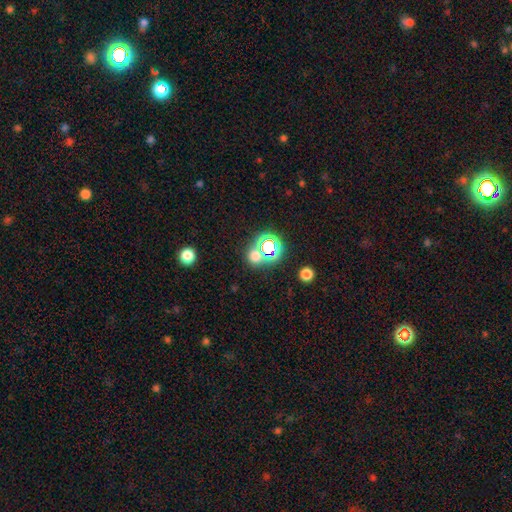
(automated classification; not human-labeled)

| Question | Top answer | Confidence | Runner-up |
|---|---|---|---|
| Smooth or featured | smooth | 51% | star or artifact (41%) |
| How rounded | round | 81% | in between (18%) |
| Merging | none | 67% | merger (20%) |